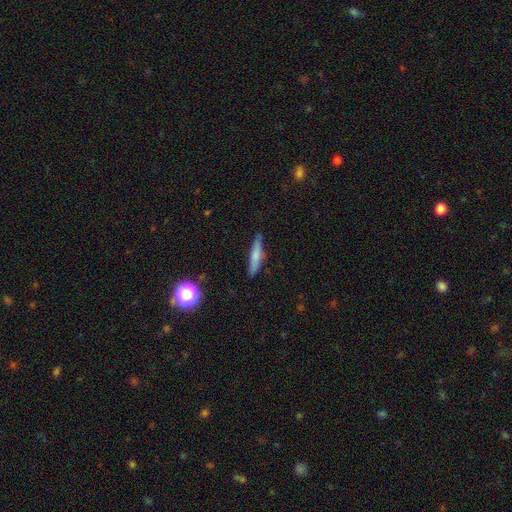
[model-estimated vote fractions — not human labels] smooth_or_featured: smooth (p=0.69) [alt: featured or disk p=0.23]
how_rounded: cigar-shaped (p=0.87) [alt: in between p=0.11]
merging: none (p=0.81) [alt: minor disturbance p=0.14]